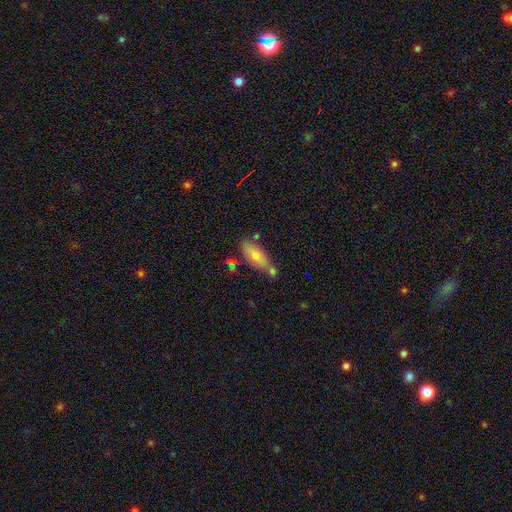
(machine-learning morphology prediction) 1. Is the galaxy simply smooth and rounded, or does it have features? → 71% smooth, 22% featured or disk, 7% star or artifact.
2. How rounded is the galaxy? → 69% in between, 28% cigar-shaped, 3% round.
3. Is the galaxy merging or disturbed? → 59% none, 18% minor disturbance, 18% merger, 5% major disturbance.